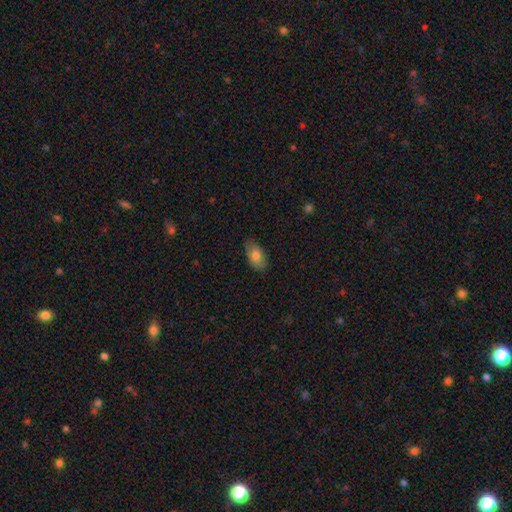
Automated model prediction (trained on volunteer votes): smooth 76%, featured or disk 18%, star or artifact 7%. Down the decision tree: how rounded — in between (93%); merging — none (81%).